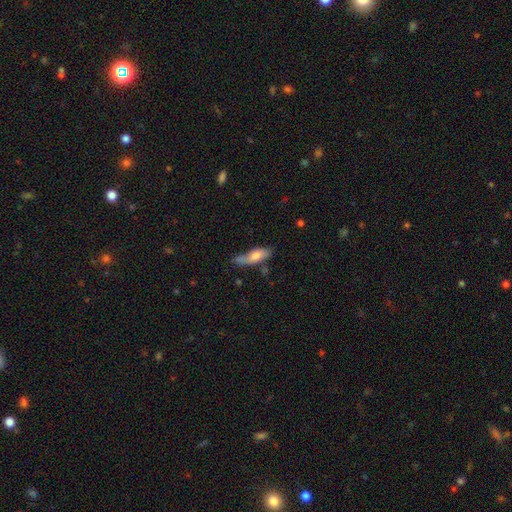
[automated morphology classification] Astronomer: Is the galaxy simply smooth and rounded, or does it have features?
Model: smooth — 64%.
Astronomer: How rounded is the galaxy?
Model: in between — 55% (runner-up: cigar-shaped, 42%).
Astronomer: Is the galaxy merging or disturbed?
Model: none — 48% (runner-up: minor disturbance, 31%).